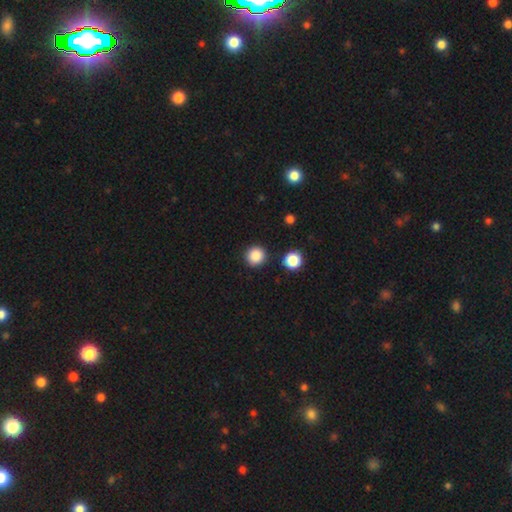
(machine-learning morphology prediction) The model was most divided on "smooth or featured": smooth: 87%, star or artifact: 10%, featured or disk: 3%. More confident: how rounded — round (94%); merging — none (89%).